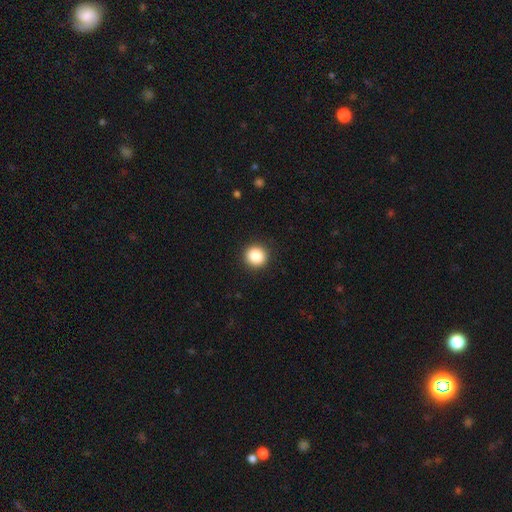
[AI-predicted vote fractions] The model was most divided on "smooth or featured": smooth: 88%, star or artifact: 9%, featured or disk: 3%. More confident: how rounded — round (92%); merging — none (92%).